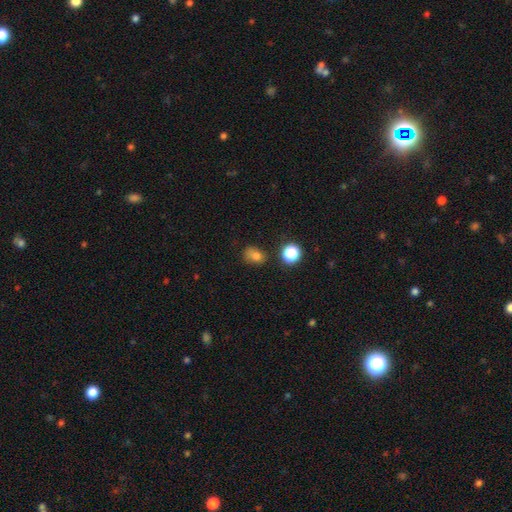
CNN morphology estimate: A smooth galaxy with no disk features (76%) that is in between round and cigar-shaped (58%).

Vote fractions:
- Smooth or featured? smooth: 76% / star or artifact: 17% / featured or disk: 7%
- How rounded? in between: 58% / round: 40% / cigar-shaped: 1%
- Merging? none: 61% / minor disturbance: 23% / major disturbance: 8% / merger: 8%